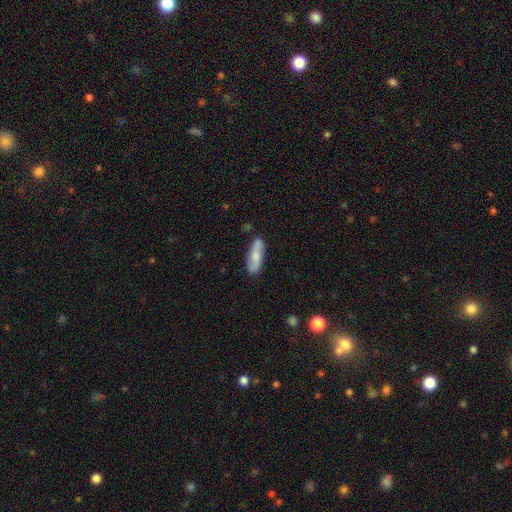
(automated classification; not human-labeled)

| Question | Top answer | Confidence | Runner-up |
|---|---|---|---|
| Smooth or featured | smooth | 62% | featured or disk (32%) |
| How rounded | in between | 51% | cigar-shaped (47%) |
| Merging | none | 81% | minor disturbance (14%) |